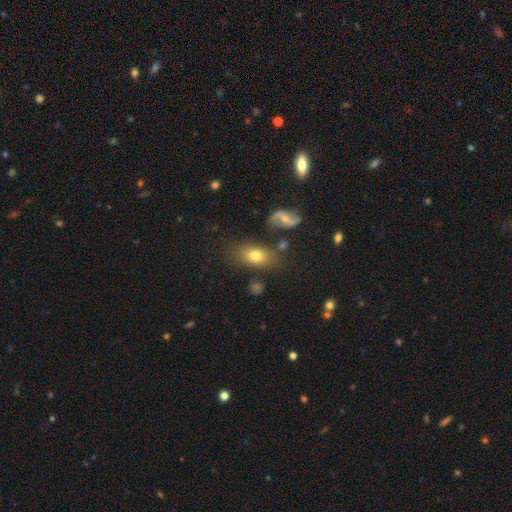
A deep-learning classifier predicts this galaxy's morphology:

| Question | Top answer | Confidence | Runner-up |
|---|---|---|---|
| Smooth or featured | smooth | 72% | featured or disk (18%) |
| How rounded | in between | 84% | round (11%) |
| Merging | none | 73% | minor disturbance (15%) |